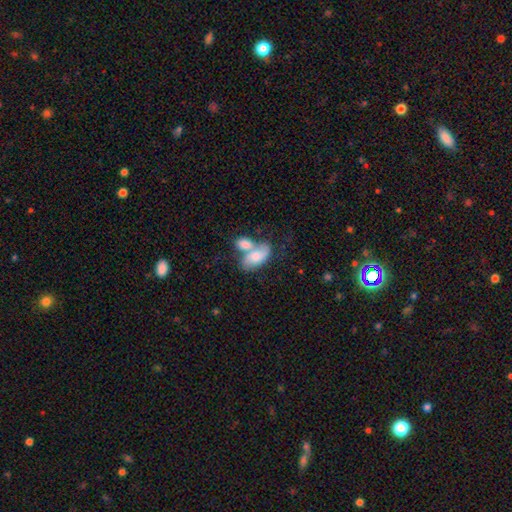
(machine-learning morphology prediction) smooth_or_featured: smooth (p=0.62) [alt: featured or disk p=0.32]
how_rounded: in between (p=0.90) [alt: round p=0.06]
merging: merger (p=0.62) [alt: none p=0.21]